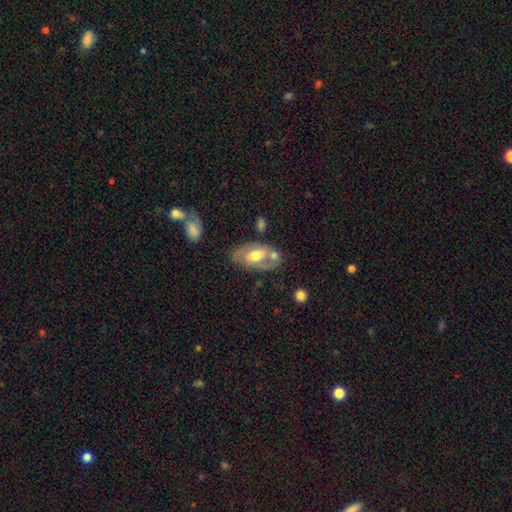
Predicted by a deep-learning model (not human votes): featured or disk 50%, smooth 44%, star or artifact 6%. Down the decision tree: merging — none (57%).